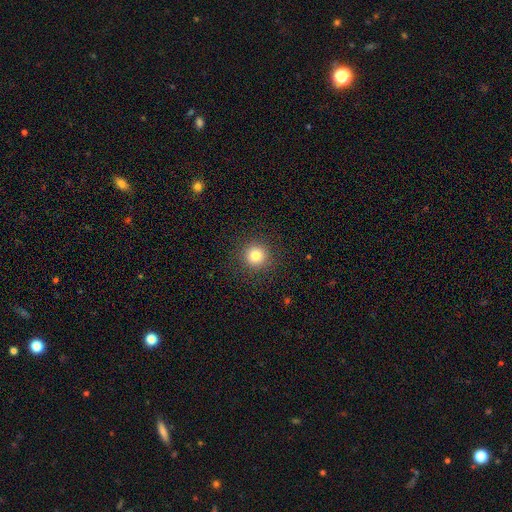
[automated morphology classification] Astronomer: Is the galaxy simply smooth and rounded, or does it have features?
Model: smooth — 81%.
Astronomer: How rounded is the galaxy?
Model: round — 95%.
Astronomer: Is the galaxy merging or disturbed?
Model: none — 91%.